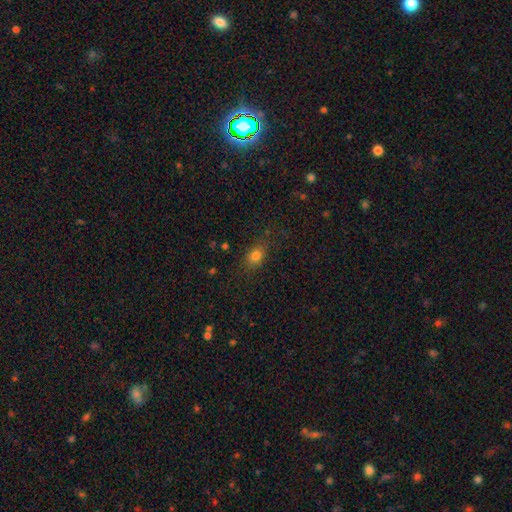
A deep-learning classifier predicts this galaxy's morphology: This appears to be a smooth galaxy with no disk features (80%) that is in between round and cigar-shaped (69%). Merging: none (78%).